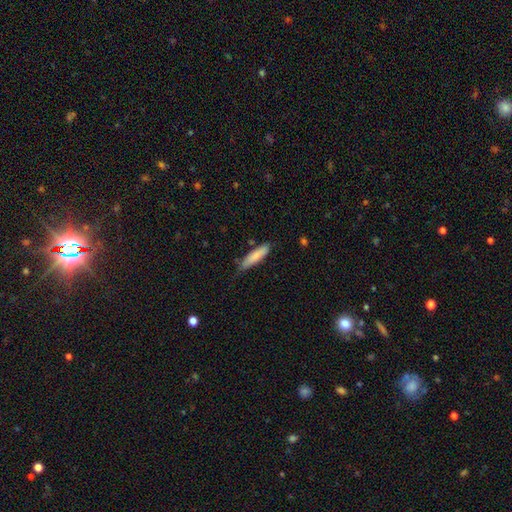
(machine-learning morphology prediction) The model was most divided on "how rounded": cigar-shaped: 72%, in between: 27%, round: 1%. More confident: smooth or featured — smooth (80%); merging — none (72%).